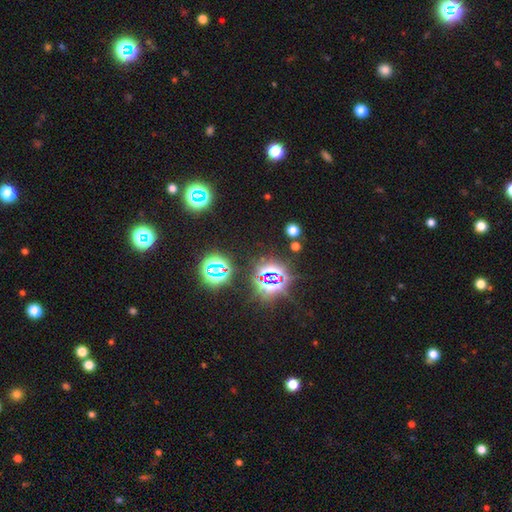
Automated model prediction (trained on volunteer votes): This is likely a star or artifact rather than a galaxy (77%).